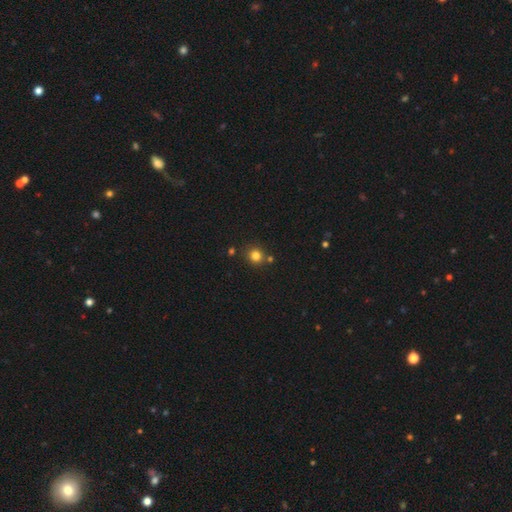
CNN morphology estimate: The model was most divided on "smooth or featured": smooth: 81%, star or artifact: 13%, featured or disk: 6%. More confident: how rounded — round (90%); merging — none (80%).